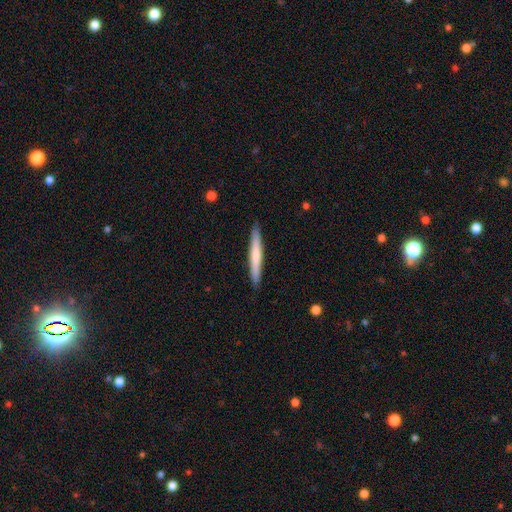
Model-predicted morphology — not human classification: Smooth or featured? smooth (62%)
How rounded? cigar-shaped (96%)
Merging? none (91%)